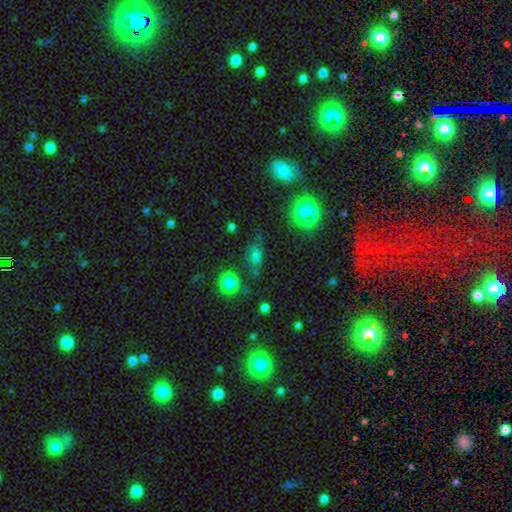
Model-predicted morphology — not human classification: The model was most divided on "smooth or featured": smooth: 60%, star or artifact: 28%, featured or disk: 12%. More confident: how rounded — in between (67%); merging — none (59%).